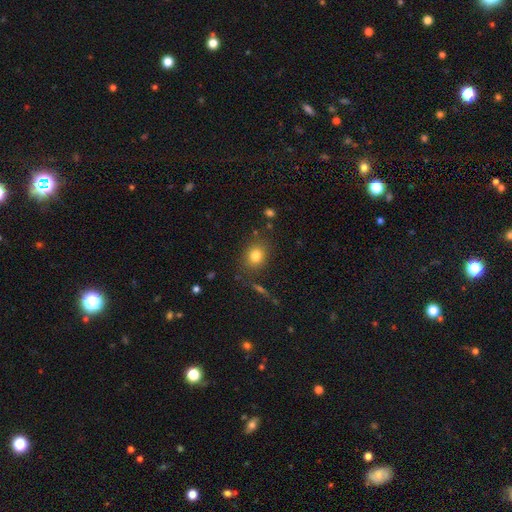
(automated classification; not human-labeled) Smooth or featured? Predicted: smooth (p=0.80). How rounded? Predicted: round (p=0.63). Merging? Predicted: none (p=0.82).